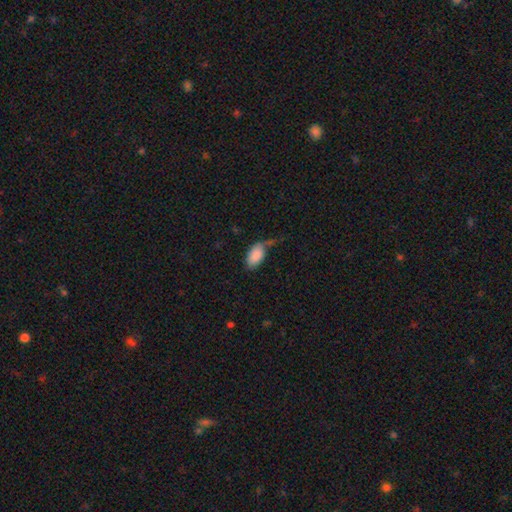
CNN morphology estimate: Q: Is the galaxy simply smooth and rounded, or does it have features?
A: smooth — 87%.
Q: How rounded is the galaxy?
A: in between — 95%.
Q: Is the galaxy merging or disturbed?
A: none — 44%.